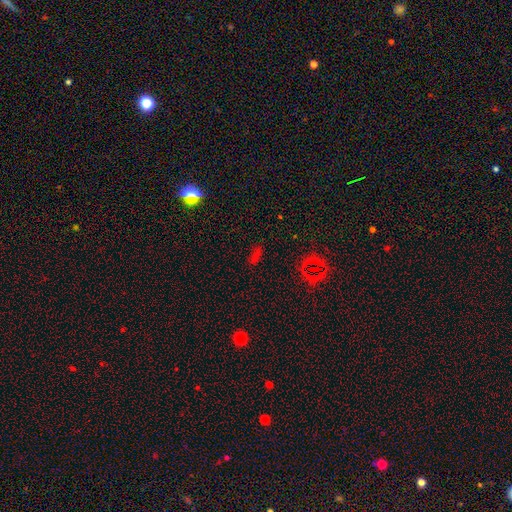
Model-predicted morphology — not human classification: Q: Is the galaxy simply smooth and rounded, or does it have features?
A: smooth — 51%.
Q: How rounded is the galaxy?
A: in between — 66%.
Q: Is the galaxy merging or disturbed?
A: none — 79%.